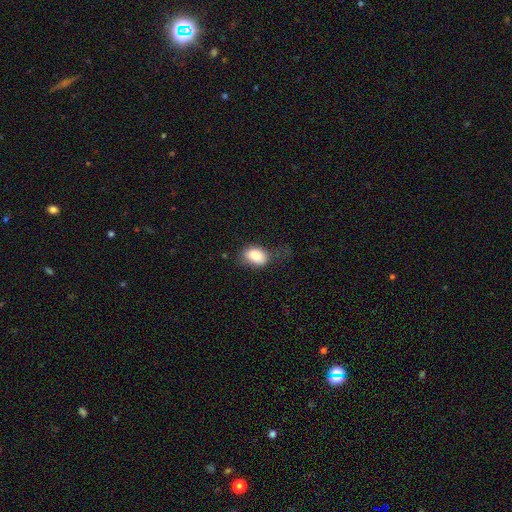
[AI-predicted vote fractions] This appears to be a smooth galaxy with no disk features (85%) that is in between round and cigar-shaped (84%). Merging: none (47%).